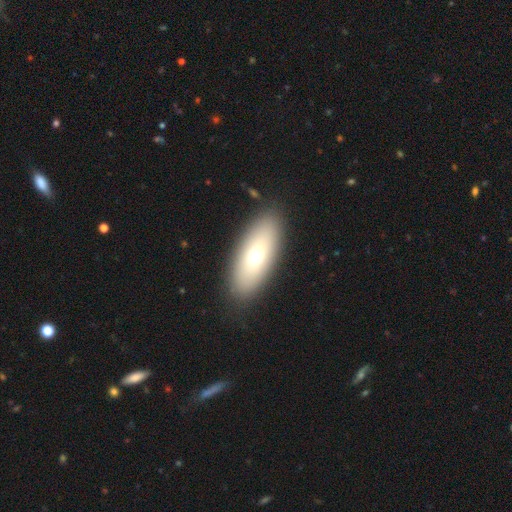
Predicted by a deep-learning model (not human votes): smooth 68%, featured or disk 24%, star or artifact 8%. Down the decision tree: how rounded — in between (81%); merging — none (88%).